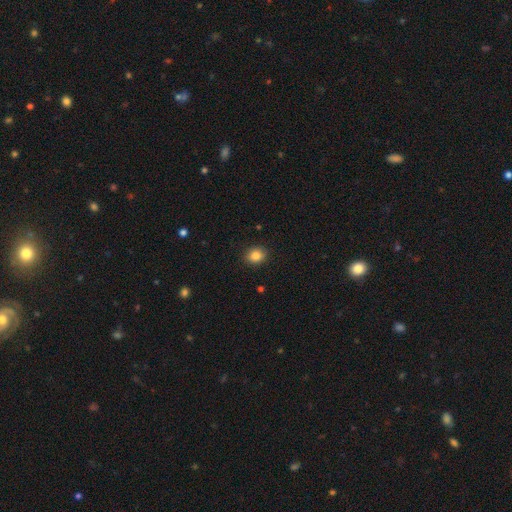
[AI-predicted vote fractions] This appears to be a smooth galaxy with no disk features (84%) that is round (64%). Merging: none (90%).